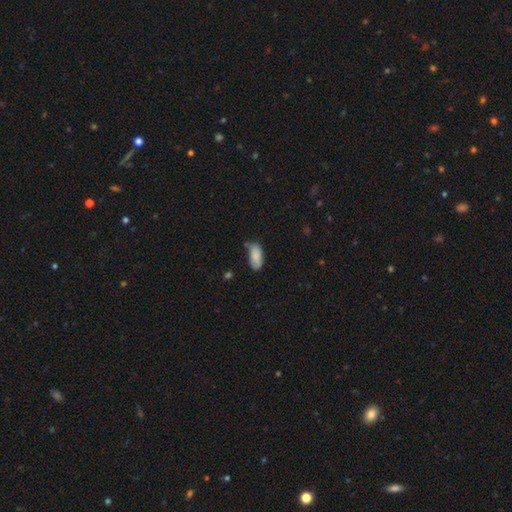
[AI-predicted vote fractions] This is clearly a smooth galaxy (84%). How rounded: clearly in between (91%). Merging: possibly none (56%).